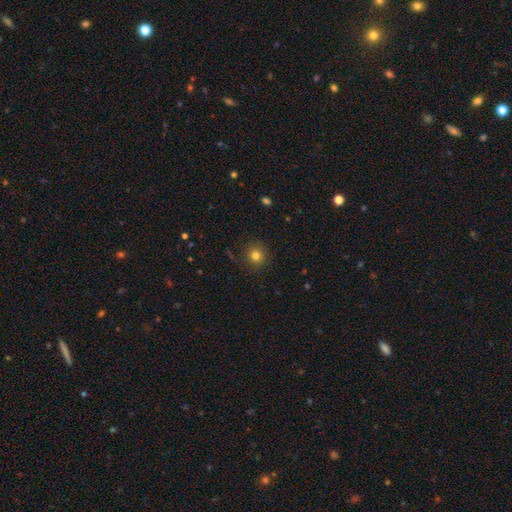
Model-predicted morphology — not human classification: smooth-or-featured: smooth: 79% | star or artifact: 14% | featured or disk: 7%
  how-rounded: round: 94% | in between: 5% | cigar-shaped: 1%
  merging: none: 88% | minor disturbance: 8% | major disturbance: 3% | merger: 1%